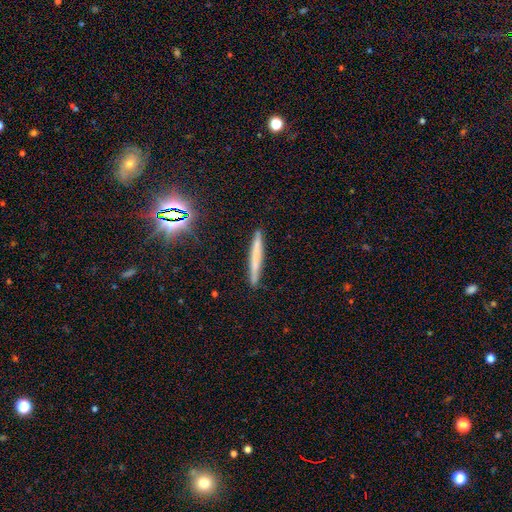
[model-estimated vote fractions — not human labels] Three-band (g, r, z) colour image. It shows a smooth galaxy with no disk features (57%) that is cigar-shaped (96%). Merging: none (89%).